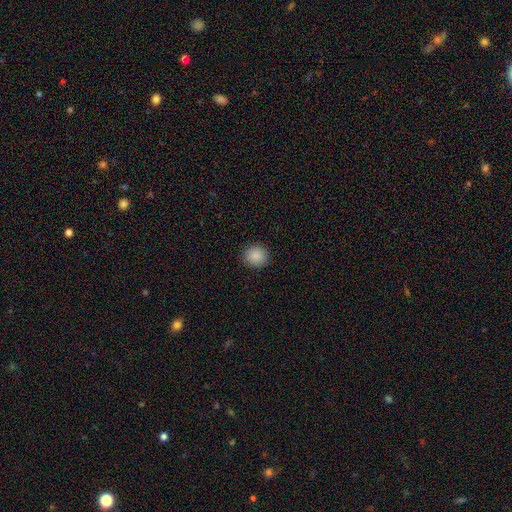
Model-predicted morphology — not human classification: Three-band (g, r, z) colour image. It shows a smooth galaxy with no disk features (88%) that is round (88%). Merging: none (91%).